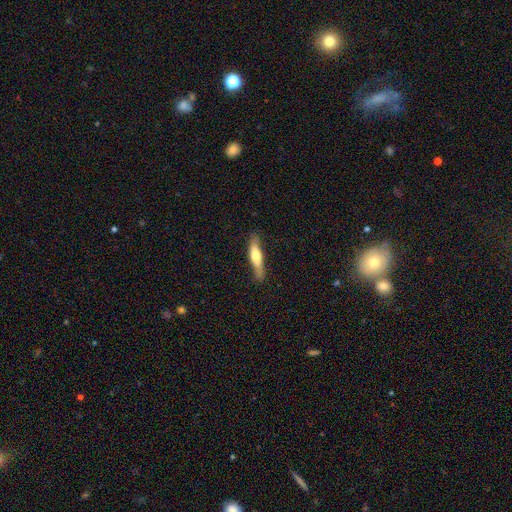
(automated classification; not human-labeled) Smooth or featured: smooth — 53% (featured or disk — 42%)
How rounded: cigar-shaped — 83% (in between — 15%)
Merging: none — 78% (minor disturbance — 17%)